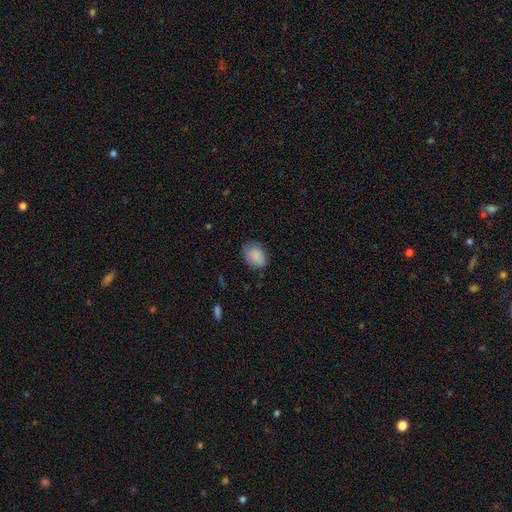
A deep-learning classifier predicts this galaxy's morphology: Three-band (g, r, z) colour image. It shows a smooth galaxy with no disk features (88%) that is in between round and cigar-shaped (75%). Merging: none (75%).